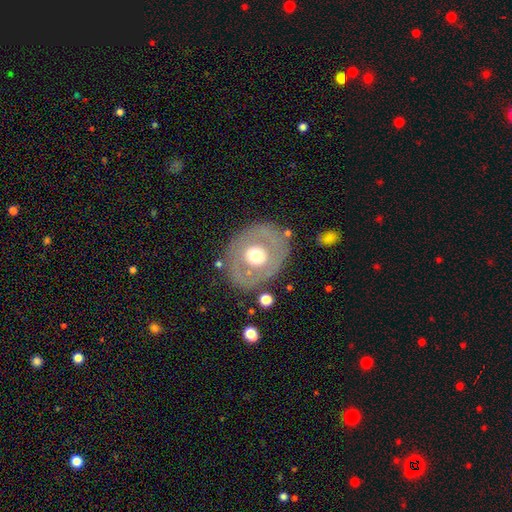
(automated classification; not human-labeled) A featured or disk galaxy (61%) with no bar (77%), no spiral arms (62%) and a moderate central bulge (67%).

Vote fractions:
- Smooth or featured? featured or disk: 61% / smooth: 29% / star or artifact: 10%
- Edge-on disk? no: 94% / yes: 6%
- Bar? no: 77% / weak: 17% / strong: 7%
- Spiral arms? no: 62% / yes: 38%
- Bulge size? moderate: 67% / large: 20% / small: 9% / dominant: 2% / none: 1%
- Merging? none: 76% / minor disturbance: 14% / major disturbance: 7% / merger: 4%